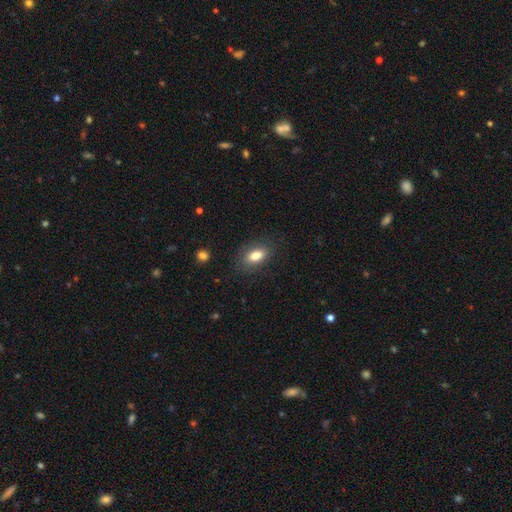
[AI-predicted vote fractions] This appears to be a smooth galaxy with no disk features (83%) that is in between round and cigar-shaped (89%). Merging: none (83%).